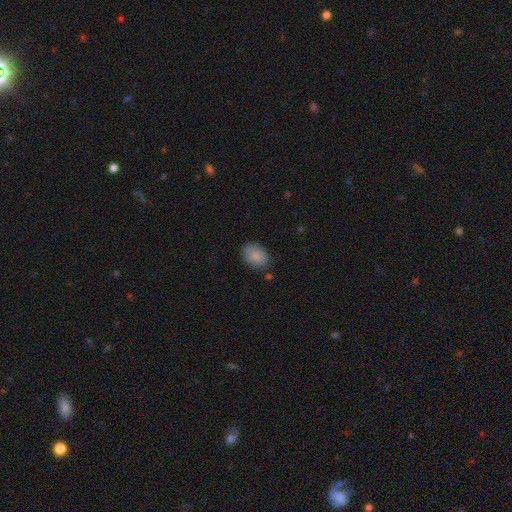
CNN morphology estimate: A smooth galaxy with no disk features (86%) that is in between round and cigar-shaped (82%). Merging: none (78%).